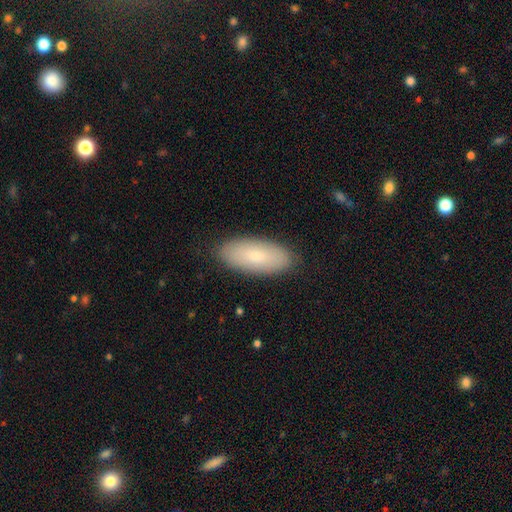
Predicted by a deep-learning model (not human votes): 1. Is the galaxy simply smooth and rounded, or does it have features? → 77% smooth, 17% featured or disk, 6% star or artifact.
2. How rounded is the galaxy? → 85% in between, 13% cigar-shaped, 2% round.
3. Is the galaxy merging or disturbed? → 87% none, 10% minor disturbance, 2% major disturbance, 1% merger.